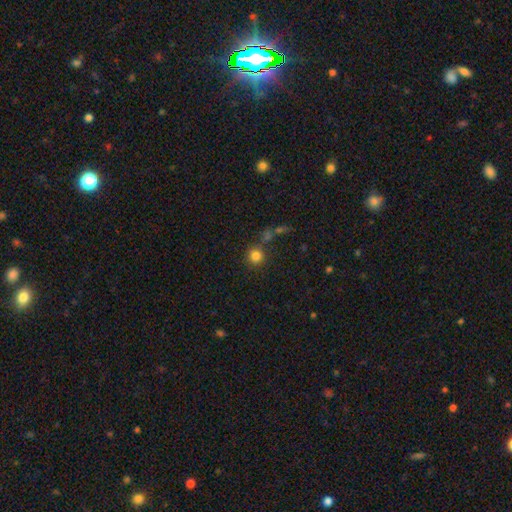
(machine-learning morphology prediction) Smooth or featured? Predicted: smooth (p=0.82). How rounded? Predicted: round (p=0.93). Merging? Predicted: none (p=0.77).